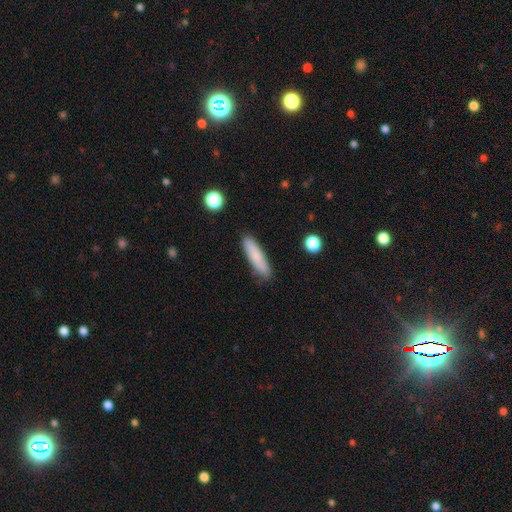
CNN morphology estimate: Smooth or featured? Predicted: smooth (p=0.82). How rounded? Predicted: cigar-shaped (p=0.75). Merging? Predicted: none (p=0.87).